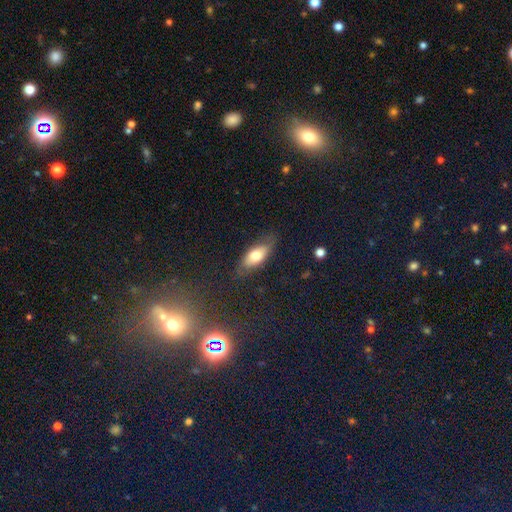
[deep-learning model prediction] smooth 70%, featured or disk 23%, star or artifact 7%. Down the decision tree: how rounded — in between (80%); merging — none (75%).